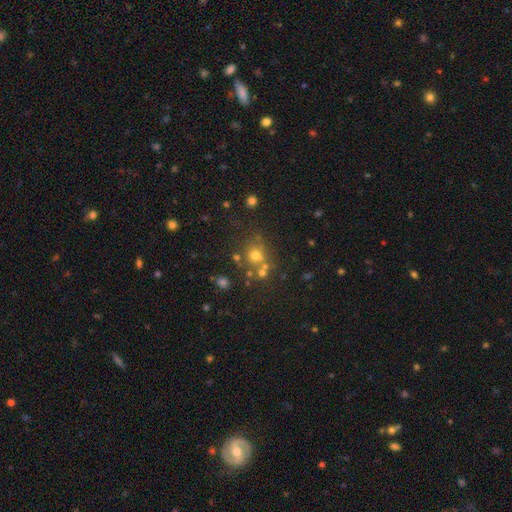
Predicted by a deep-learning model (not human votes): This is likely a smooth galaxy (60%). How rounded: clearly round (84%). Merging: possibly none (60%).